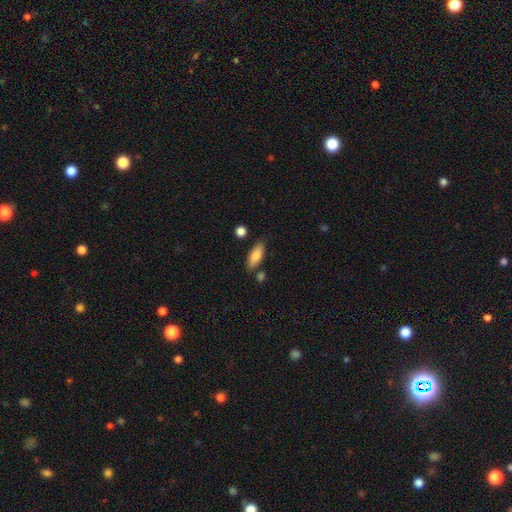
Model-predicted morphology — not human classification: Smooth or featured: smooth — 80% (featured or disk — 13%)
How rounded: in between — 75% (cigar-shaped — 22%)
Merging: none — 77% (minor disturbance — 14%)